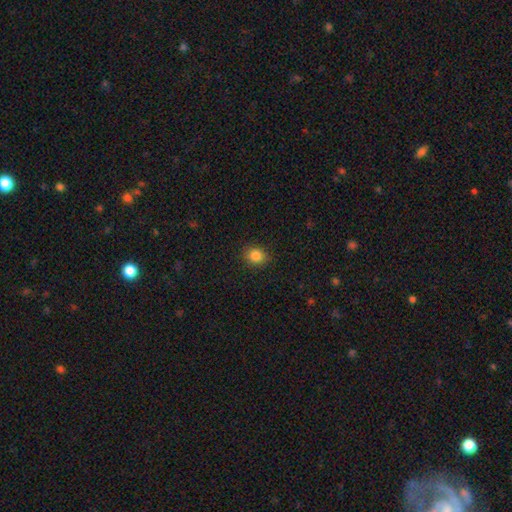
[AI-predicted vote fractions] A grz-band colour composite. It shows a smooth galaxy with no disk features (85%) that is round (68%). Merging: none (87%).